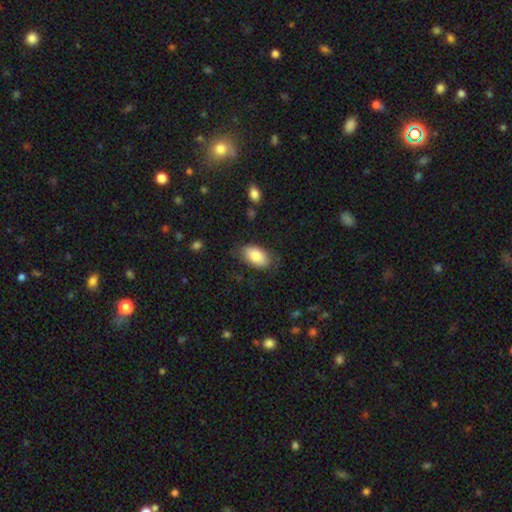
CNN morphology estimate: A smooth galaxy with no disk features (83%) that is in between round and cigar-shaped (93%). Merging: none (76%).